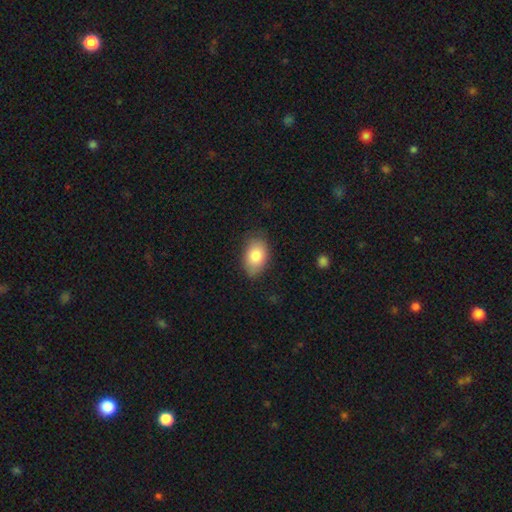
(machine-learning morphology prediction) smooth_or_featured: smooth (p=0.83) [alt: featured or disk p=0.10]
how_rounded: in between (p=0.89) [alt: round p=0.09]
merging: none (p=0.78) [alt: minor disturbance p=0.17]